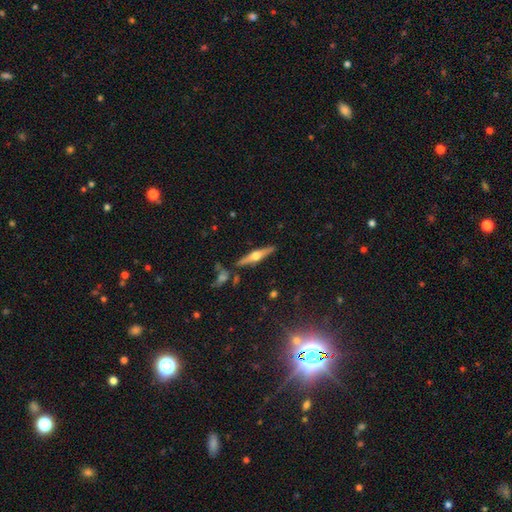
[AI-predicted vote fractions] A featured or disk galaxy (68%) viewed edge-on (96%) with a rounded central bulge (94%).

Vote fractions:
- Smooth or featured? featured or disk: 68% / smooth: 26% / star or artifact: 6%
- Edge-on disk? yes: 96% / no: 4%
- Edge-on bulge? rounded: 94% / boxy: 3% / none: 3%
- Merging? none: 85% / minor disturbance: 9% / merger: 4% / major disturbance: 2%